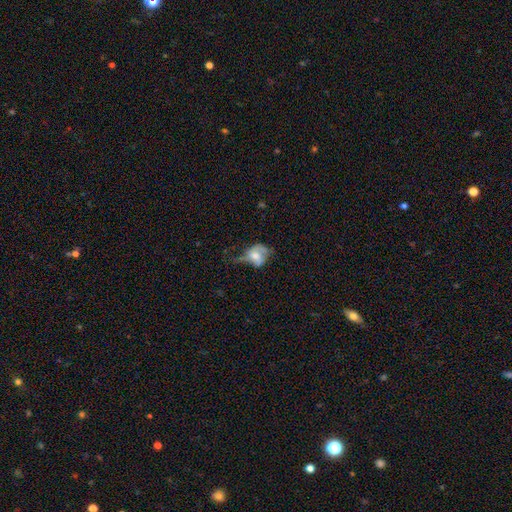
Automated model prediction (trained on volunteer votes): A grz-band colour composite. It shows a smooth galaxy with no disk features (49%). Merging: major disturbance (36%).